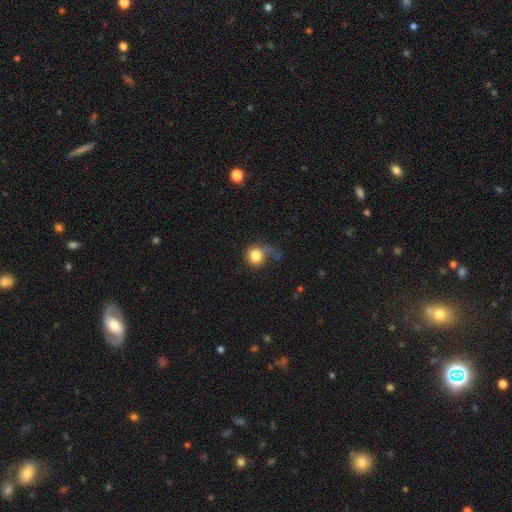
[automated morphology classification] The model was most divided on "merging": major disturbance: 38%, none: 34%, minor disturbance: 22%, merger: 6%. More confident: how rounded — round (85%); smooth or featured — smooth (76%).